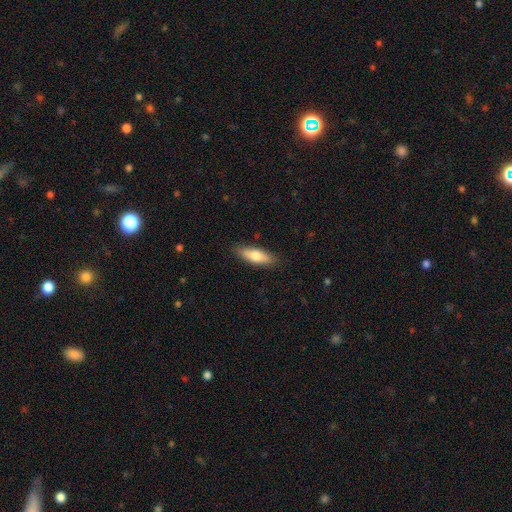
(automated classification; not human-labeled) Smooth or featured? smooth (71%)
How rounded? in between (53%)
Merging? none (86%)